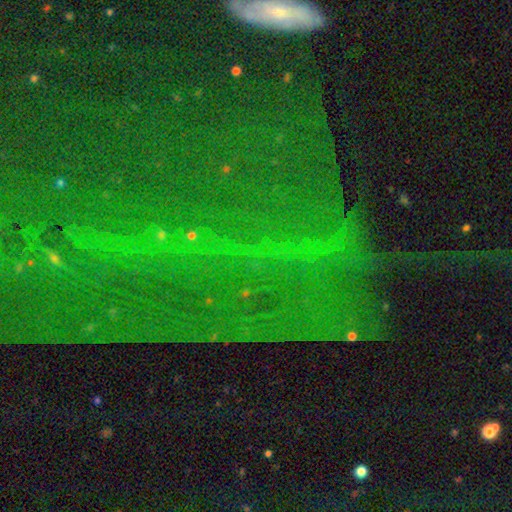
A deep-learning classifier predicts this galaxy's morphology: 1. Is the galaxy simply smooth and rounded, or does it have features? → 77% star or artifact, 12% featured or disk, 11% smooth.